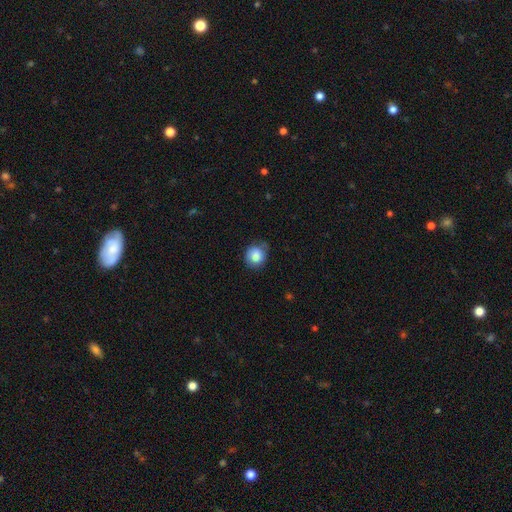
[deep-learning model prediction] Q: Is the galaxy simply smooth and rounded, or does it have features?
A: smooth — 83%.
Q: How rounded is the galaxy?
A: round — 81%.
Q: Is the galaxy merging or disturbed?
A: none — 67%.